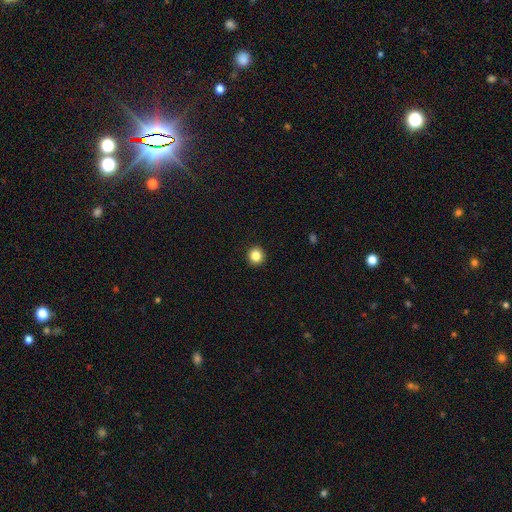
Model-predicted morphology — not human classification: This is clearly a smooth galaxy (85%). How rounded: clearly round (94%). Merging: clearly none (93%).